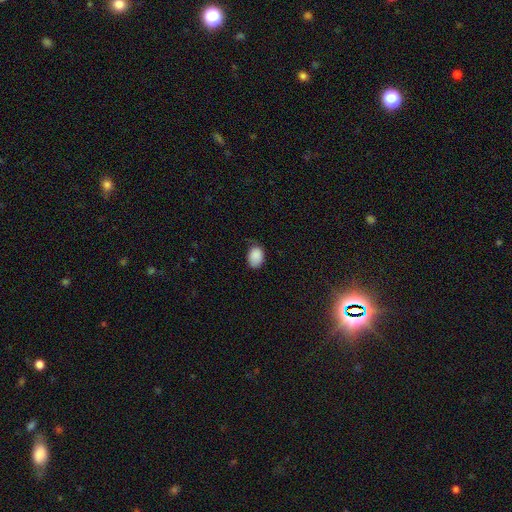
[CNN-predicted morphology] Overall: smooth (89%). How rounded: in between (77%). Merging: none (60%; minor disturbance 32%).